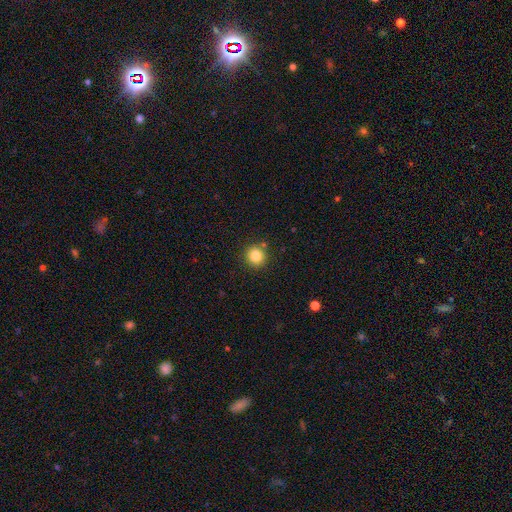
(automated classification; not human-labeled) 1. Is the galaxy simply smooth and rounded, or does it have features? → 83% smooth, 11% star or artifact, 6% featured or disk.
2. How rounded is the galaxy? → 94% round, 6% in between, 1% cigar-shaped.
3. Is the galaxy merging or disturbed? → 87% none, 7% minor disturbance, 4% merger, 2% major disturbance.